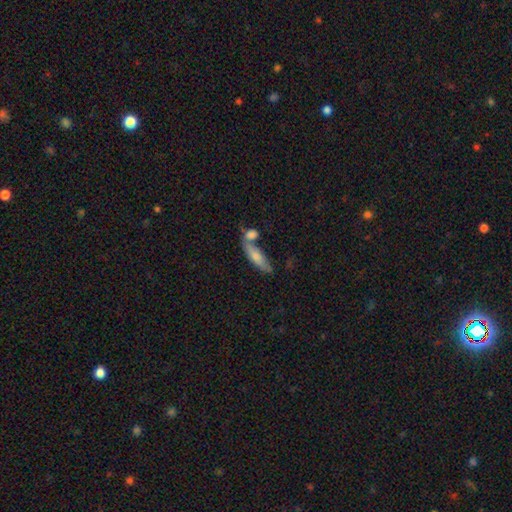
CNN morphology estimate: type=smooth (69%); roundness=cigar-shaped (53%); merging=none (47%).